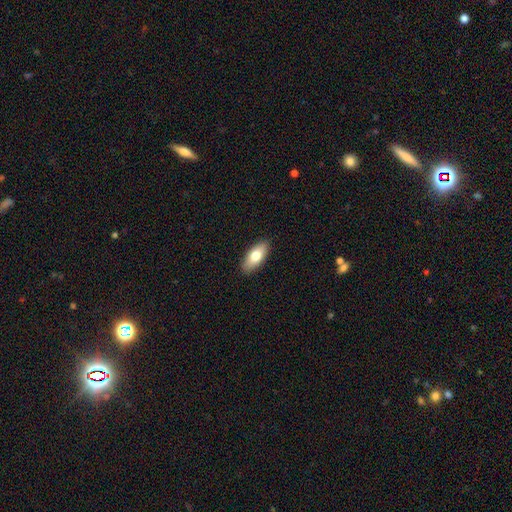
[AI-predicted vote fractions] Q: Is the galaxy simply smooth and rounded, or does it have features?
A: smooth — 75%.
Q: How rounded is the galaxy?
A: in between — 85%.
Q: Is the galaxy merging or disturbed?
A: none — 89%.